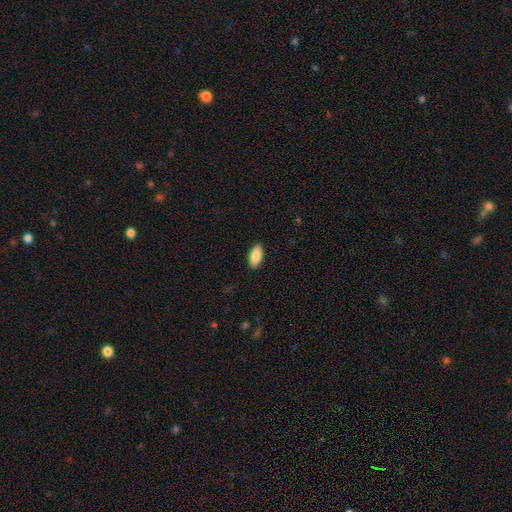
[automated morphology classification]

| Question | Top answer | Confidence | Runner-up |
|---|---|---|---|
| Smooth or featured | smooth | 88% | featured or disk (6%) |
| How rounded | in between | 93% | cigar-shaped (5%) |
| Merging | none | 90% | minor disturbance (7%) |